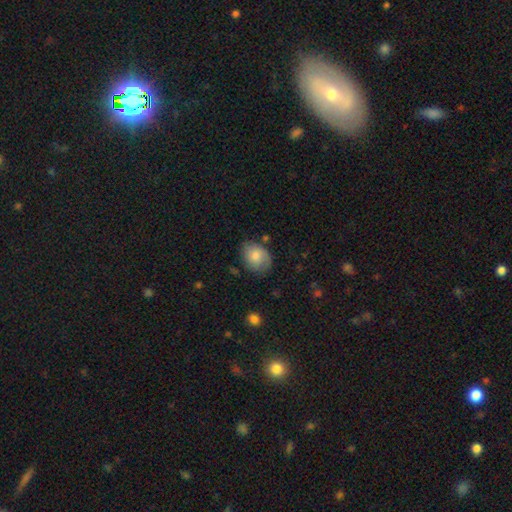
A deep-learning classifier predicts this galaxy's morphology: This is likely a smooth galaxy (74%). How rounded: possibly in between (59%). Merging: likely none (67%).